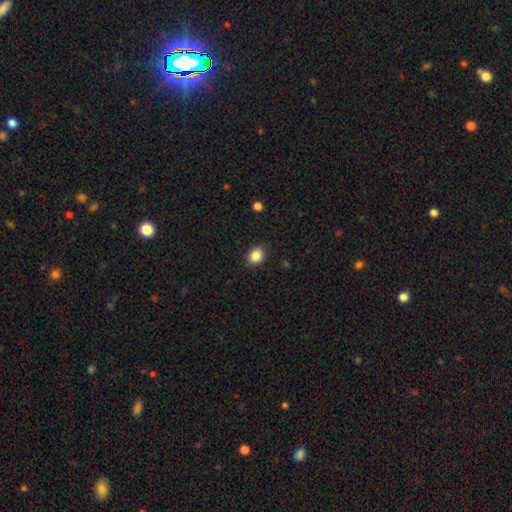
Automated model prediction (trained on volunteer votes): Smooth or featured? smooth (86%)
How rounded? round (57%)
Merging? none (87%)